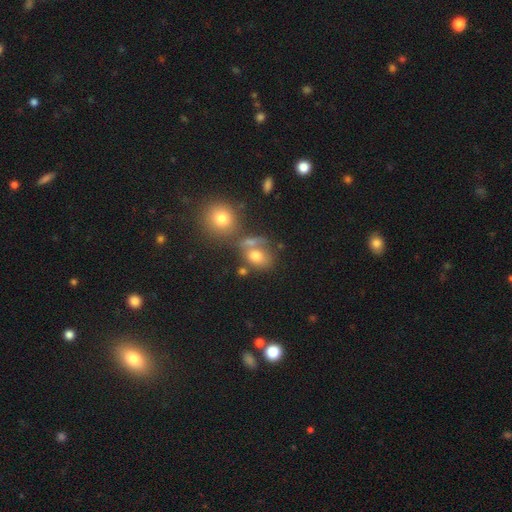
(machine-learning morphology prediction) Smooth or featured? smooth (71%)
How rounded? in between (59%)
Merging? none (45%)